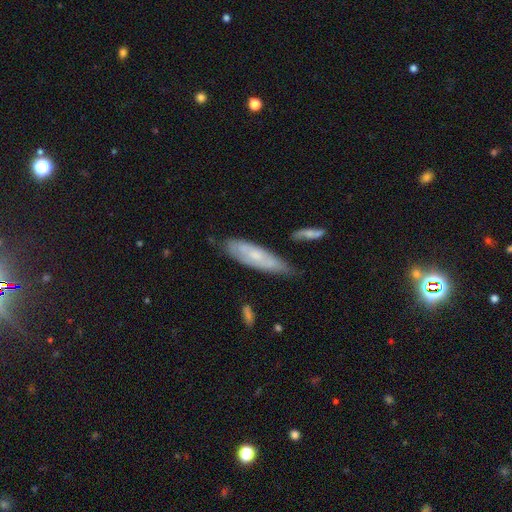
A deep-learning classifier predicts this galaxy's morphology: Smooth or featured? smooth (49%)
Merging? none (58%)